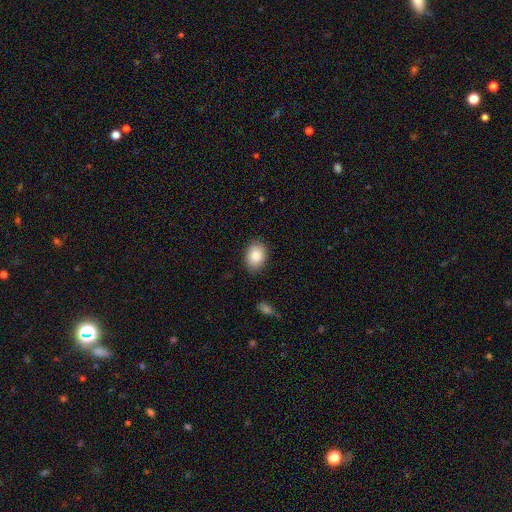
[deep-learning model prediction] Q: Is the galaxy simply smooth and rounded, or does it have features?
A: smooth — 86%.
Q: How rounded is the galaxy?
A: in between — 74%.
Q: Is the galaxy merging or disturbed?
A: none — 87%.